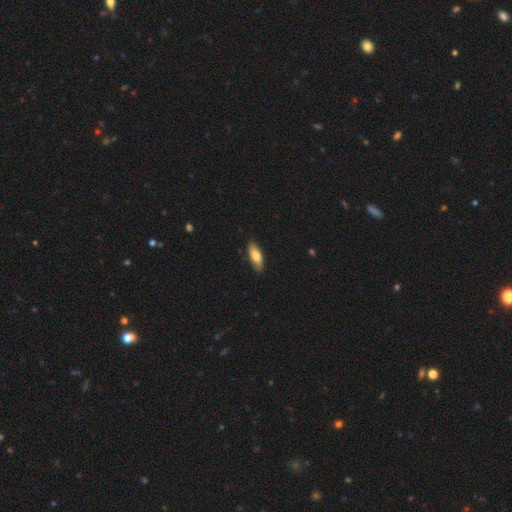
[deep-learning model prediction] The model was most divided on "how rounded": in between: 65%, cigar-shaped: 32%, round: 2%. More confident: merging — none (84%); smooth or featured — smooth (74%).